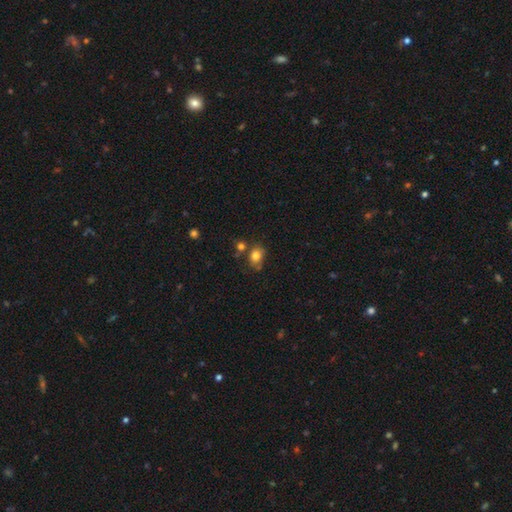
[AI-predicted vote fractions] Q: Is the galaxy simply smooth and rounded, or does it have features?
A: smooth — 80%.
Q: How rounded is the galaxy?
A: in between — 52%.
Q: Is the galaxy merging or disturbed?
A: none — 65%.